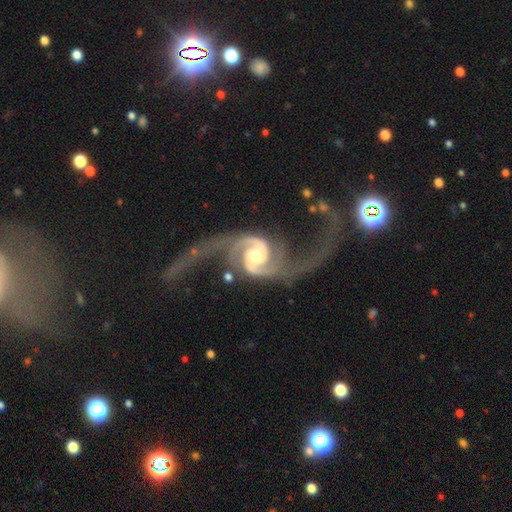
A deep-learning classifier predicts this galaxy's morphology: A featured or disk galaxy (94%) with no bar (41%), 2 (93%) loose (50%) spiral arms (98%) and a moderate central bulge (62%). Merging: none (41%).